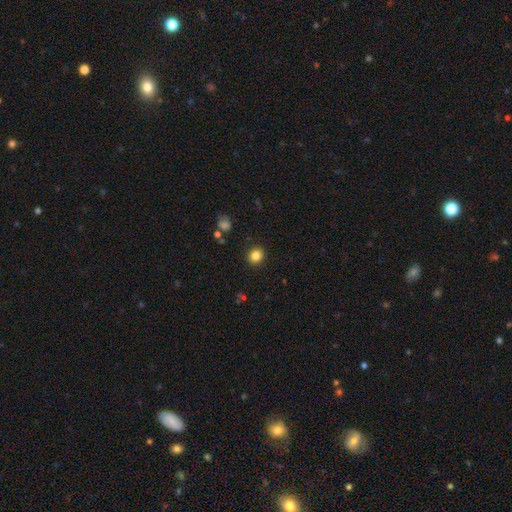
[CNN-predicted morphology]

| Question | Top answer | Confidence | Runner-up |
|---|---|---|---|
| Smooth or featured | smooth | 83% | star or artifact (12%) |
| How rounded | round | 85% | in between (15%) |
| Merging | none | 91% | minor disturbance (6%) |